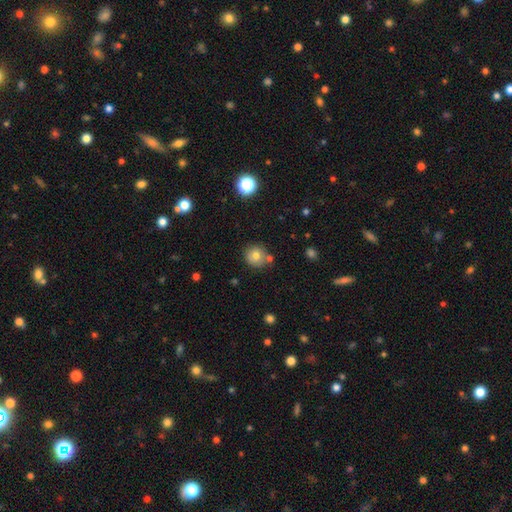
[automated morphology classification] Overall: smooth (75%). How rounded: round (91%). Merging: none (75%).